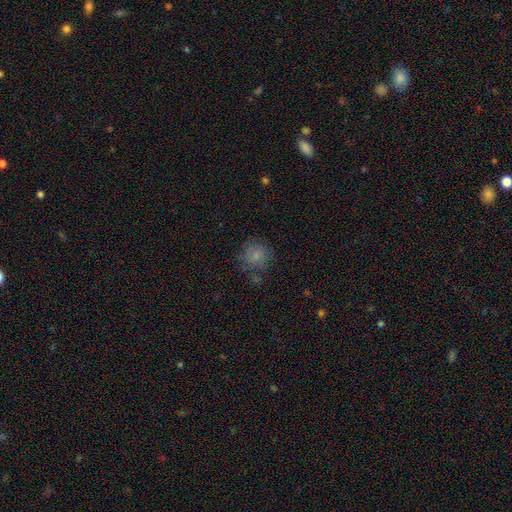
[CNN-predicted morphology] This appears to be a smooth galaxy with no disk features (76%) that is round (85%). Merging: none (68%).